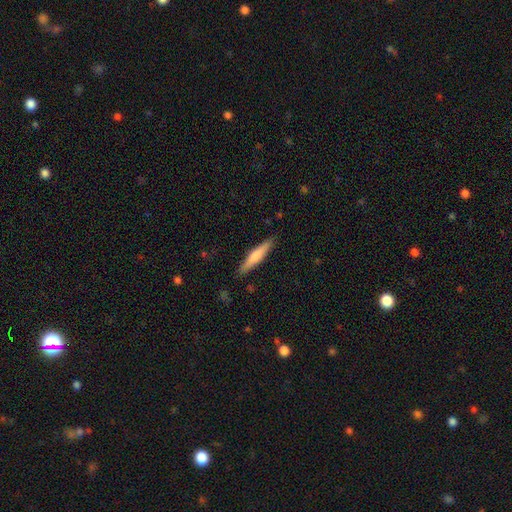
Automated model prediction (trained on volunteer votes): smooth_or_featured: smooth (p=0.63) [alt: featured or disk p=0.32]
how_rounded: cigar-shaped (p=0.89) [alt: in between p=0.10]
merging: none (p=0.89) [alt: minor disturbance p=0.08]